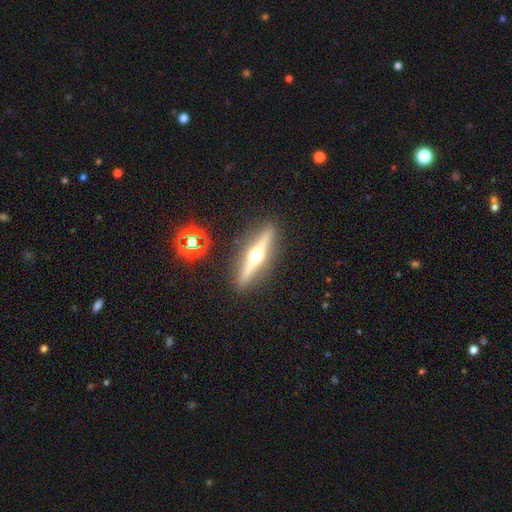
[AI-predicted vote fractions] Smooth or featured? featured or disk (76%)
Edge-on disk? yes (96%)
Edge-on bulge? rounded (97%)
Merging? none (90%)